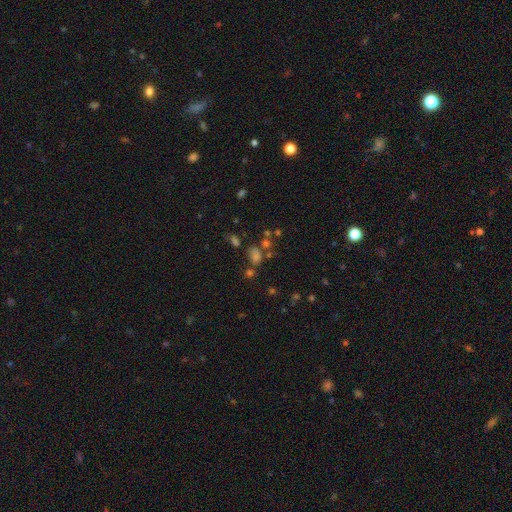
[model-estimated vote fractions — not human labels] Overall: star or artifact (44%; smooth 42%).